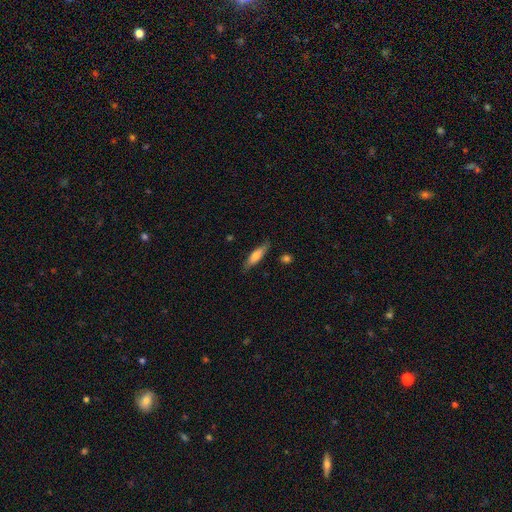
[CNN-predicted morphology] Q: Smooth or featured?
A: smooth (64%); runner-up: featured or disk (30%)
Q: How rounded?
A: cigar-shaped (67%); runner-up: in between (31%)
Q: Merging?
A: none (81%); runner-up: minor disturbance (14%)